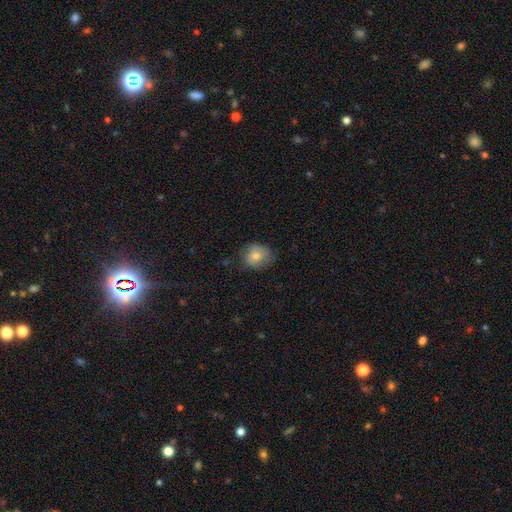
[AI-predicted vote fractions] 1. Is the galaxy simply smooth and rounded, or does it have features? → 77% smooth, 15% featured or disk, 8% star or artifact.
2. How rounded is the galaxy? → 64% round, 35% in between, 1% cigar-shaped.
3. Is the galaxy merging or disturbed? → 69% none, 24% minor disturbance, 6% major disturbance, 1% merger.